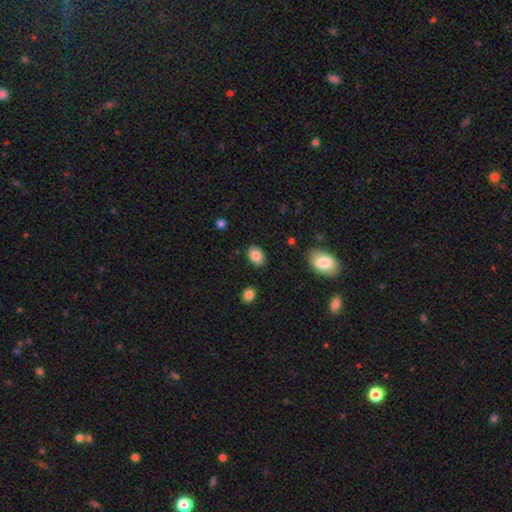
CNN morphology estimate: This is clearly a smooth galaxy (84%). How rounded: likely in between (76%). Merging: clearly none (87%).